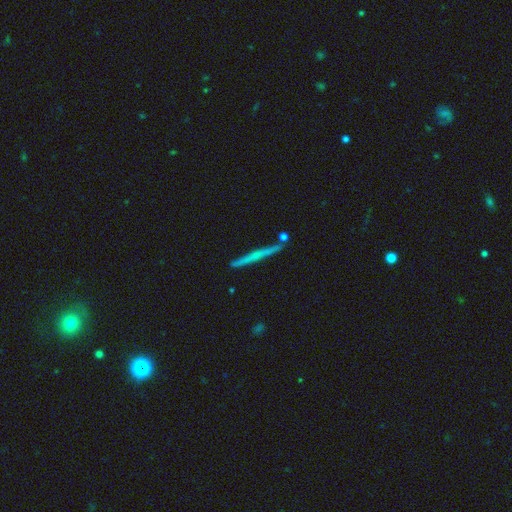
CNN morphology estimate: featured or disk 53%, smooth 41%, star or artifact 6%. Down the decision tree: edge-on disk — yes (97%); edge-on bulge — none (72%); merging — none (86%).